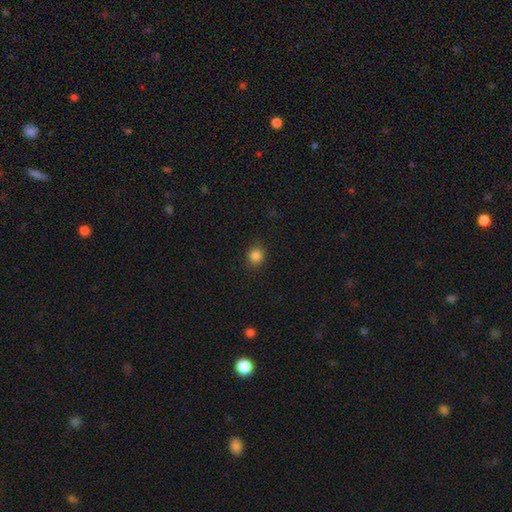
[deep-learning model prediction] Smooth or featured: smooth — 85% (star or artifact — 12%)
How rounded: round — 86% (in between — 13%)
Merging: none — 88% (minor disturbance — 8%)